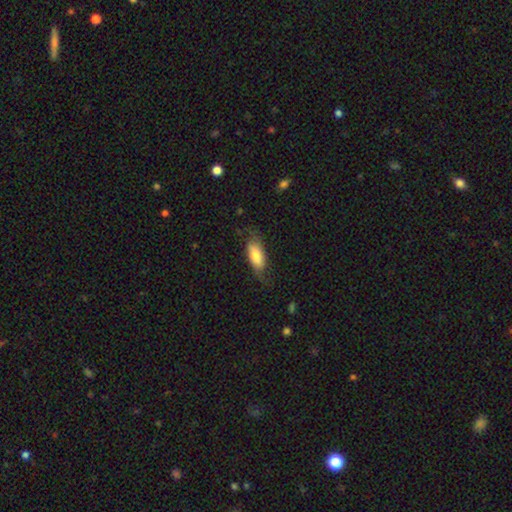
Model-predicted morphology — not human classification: This appears to be a smooth galaxy with no disk features (73%) that is in between round and cigar-shaped (82%). Merging: none (59%).